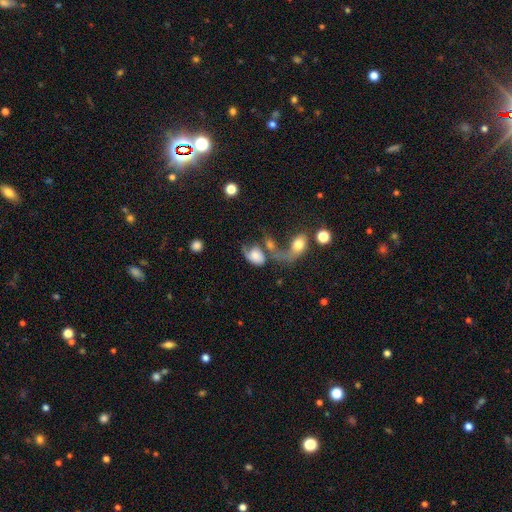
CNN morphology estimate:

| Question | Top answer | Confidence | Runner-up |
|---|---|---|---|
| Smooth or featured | smooth | 53% | featured or disk (37%) |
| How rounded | in between | 77% | round (21%) |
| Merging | merger | 45% | major disturbance (24%) |